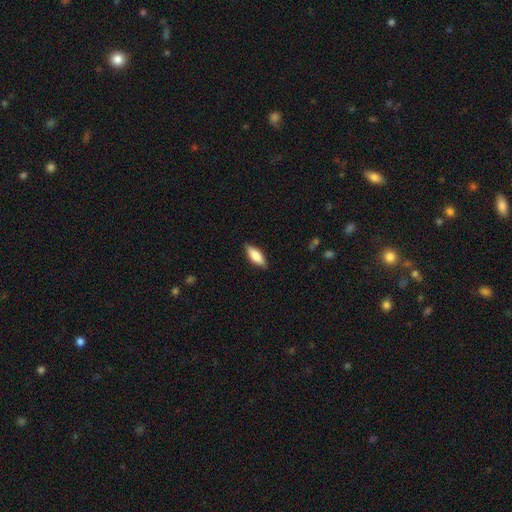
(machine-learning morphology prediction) smooth-or-featured: smooth: 76% | featured or disk: 18% | star or artifact: 6%
  how-rounded: in between: 66% | cigar-shaped: 32% | round: 2%
  merging: none: 86% | minor disturbance: 11% | major disturbance: 2% | merger: 1%